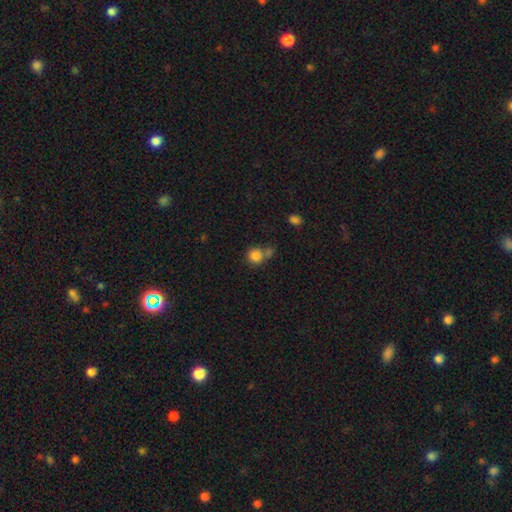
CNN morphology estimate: A smooth galaxy with no disk features (84%) that is round (88%). Merging: none (52%).